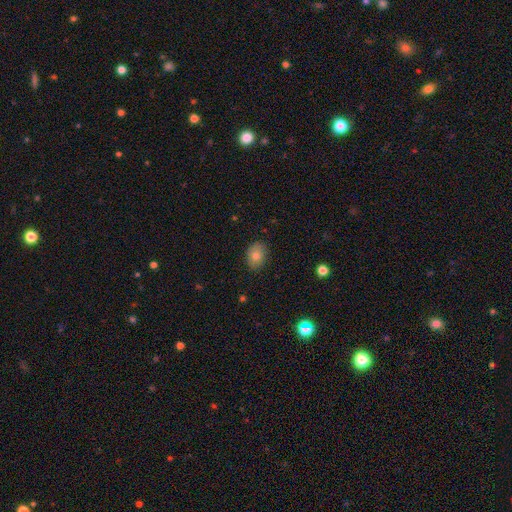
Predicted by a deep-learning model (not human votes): This appears to be a smooth galaxy with no disk features (78%) that is in between round and cigar-shaped (67%). Merging: none (84%).